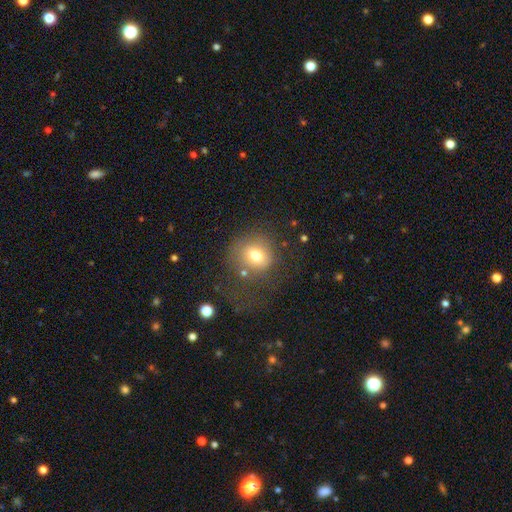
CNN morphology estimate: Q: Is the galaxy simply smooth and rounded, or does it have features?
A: smooth — 74%.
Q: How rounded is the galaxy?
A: round — 83%.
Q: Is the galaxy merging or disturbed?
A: none — 58%.